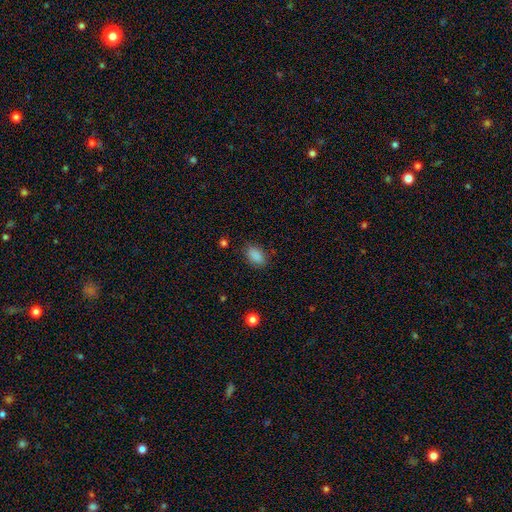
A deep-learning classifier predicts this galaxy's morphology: smooth 88%, star or artifact 9%, featured or disk 4%. Down the decision tree: how rounded — in between (90%); merging — none (83%).